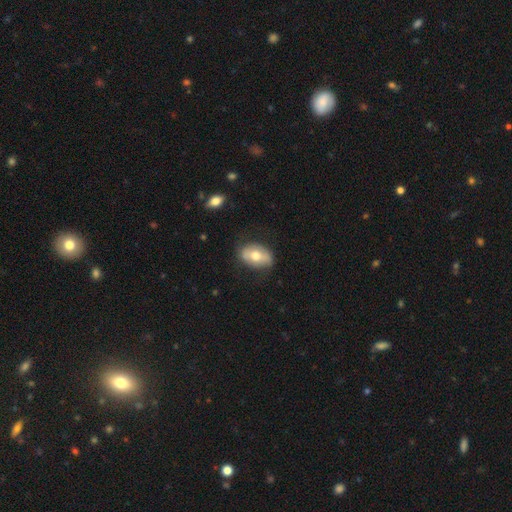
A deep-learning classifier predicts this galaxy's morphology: A smooth galaxy with no disk features (57%) that is in between round and cigar-shaped (83%).

Vote fractions:
- Smooth or featured? smooth: 57% / featured or disk: 37% / star or artifact: 6%
- How rounded? in between: 83% / round: 15% / cigar-shaped: 2%
- Merging? none: 76% / minor disturbance: 18% / major disturbance: 5% / merger: 1%